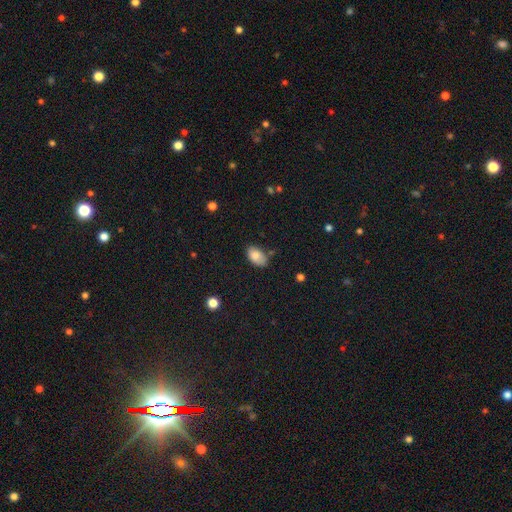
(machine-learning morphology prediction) This appears to be a smooth galaxy with no disk features (82%) that is in between round and cigar-shaped (92%). Merging: none (69%).